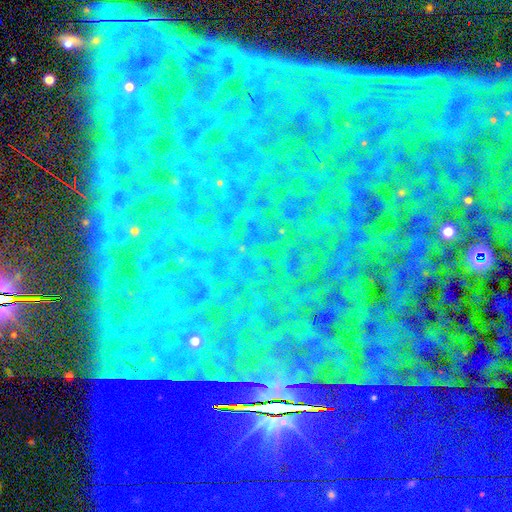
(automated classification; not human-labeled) Smooth or featured?
  - star or artifact: 85% *
  - featured or disk: 8%
  - smooth: 7%